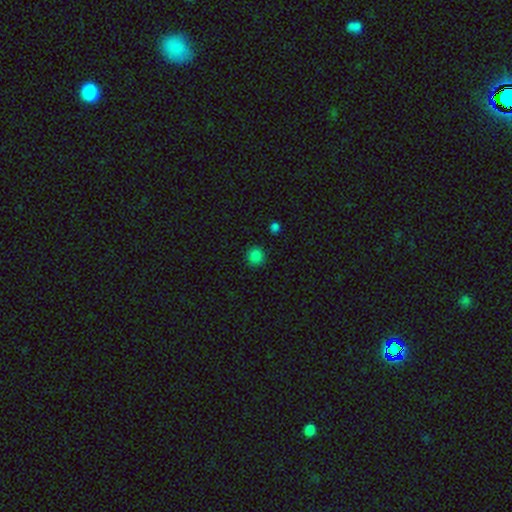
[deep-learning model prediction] This appears to be a smooth galaxy with no disk features (85%) that is round (92%). Merging: none (90%).